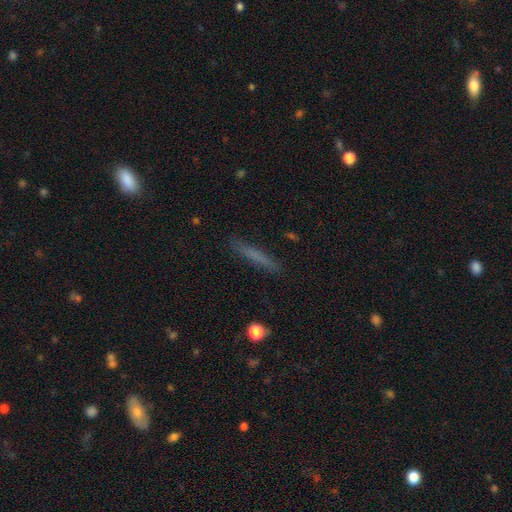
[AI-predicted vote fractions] This is likely a smooth galaxy (64%). How rounded: clearly cigar-shaped (94%). Merging: clearly none (88%).